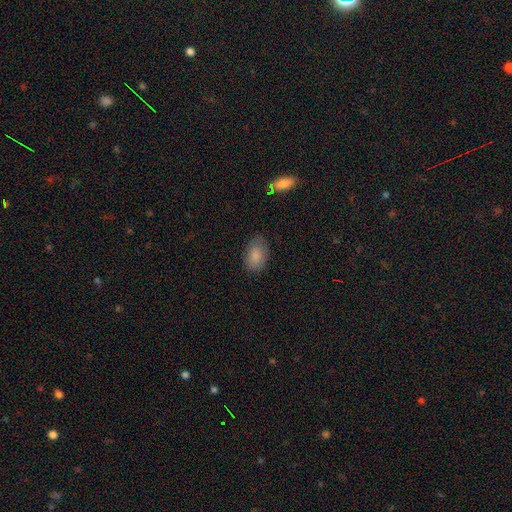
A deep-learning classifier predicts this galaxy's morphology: Smooth or featured? Predicted: smooth (p=0.86). How rounded? Predicted: in between (p=0.90). Merging? Predicted: none (p=0.78).